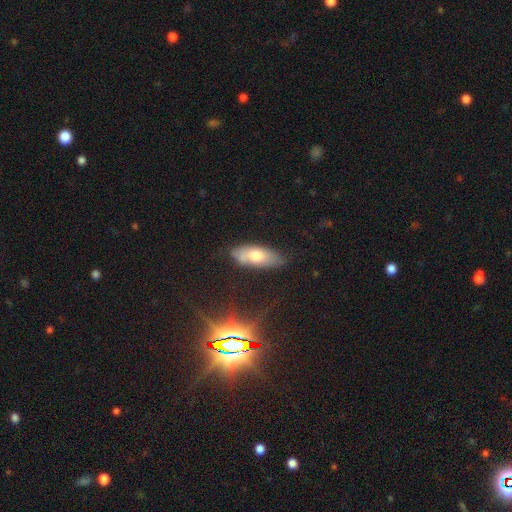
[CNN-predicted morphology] Smooth or featured? Predicted: smooth (p=0.63). How rounded? Predicted: in between (p=0.81). Merging? Predicted: none (p=0.66).